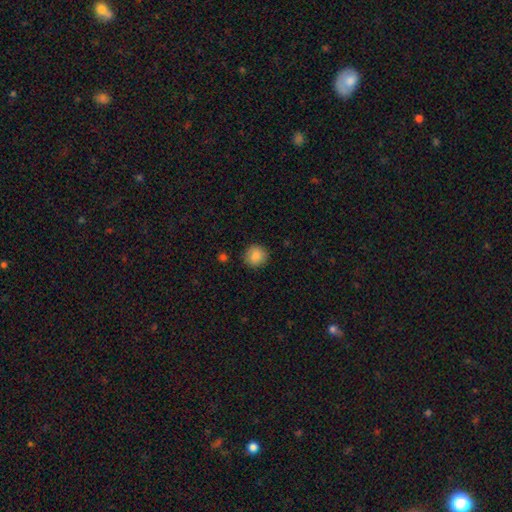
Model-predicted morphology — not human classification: A smooth galaxy with no disk features (86%) that is round (90%).

Vote fractions:
- Smooth or featured? smooth: 86% / star or artifact: 8% / featured or disk: 6%
- How rounded? round: 90% / in between: 9% / cigar-shaped: 1%
- Merging? none: 89% / minor disturbance: 8% / major disturbance: 2% / merger: 1%